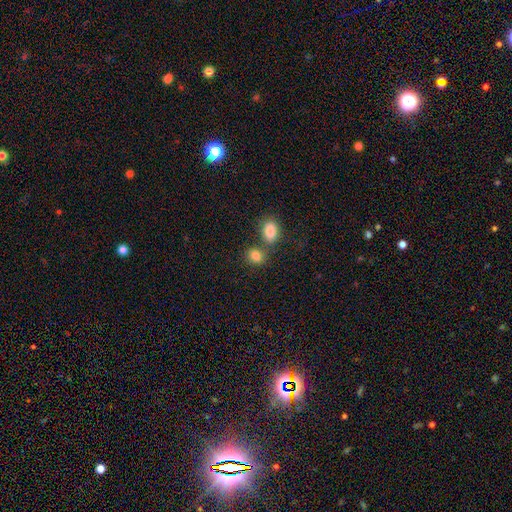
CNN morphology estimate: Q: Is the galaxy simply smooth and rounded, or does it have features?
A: smooth — 84%.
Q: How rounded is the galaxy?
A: in between — 52%.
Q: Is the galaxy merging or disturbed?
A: none — 53%.